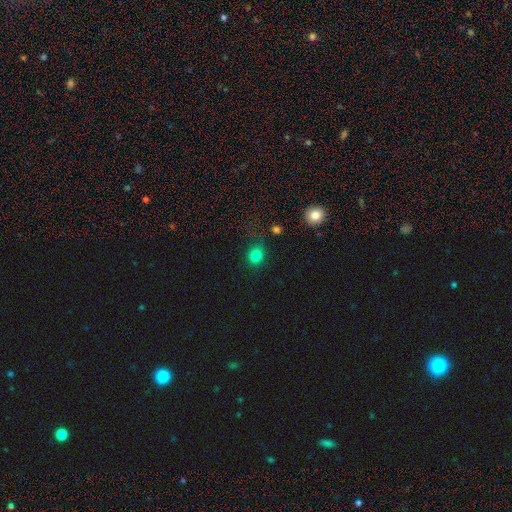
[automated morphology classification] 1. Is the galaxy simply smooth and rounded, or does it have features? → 79% smooth, 16% star or artifact, 5% featured or disk.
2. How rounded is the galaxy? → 72% round, 27% in between, 1% cigar-shaped.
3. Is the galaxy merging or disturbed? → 71% none, 18% minor disturbance, 8% major disturbance, 4% merger.